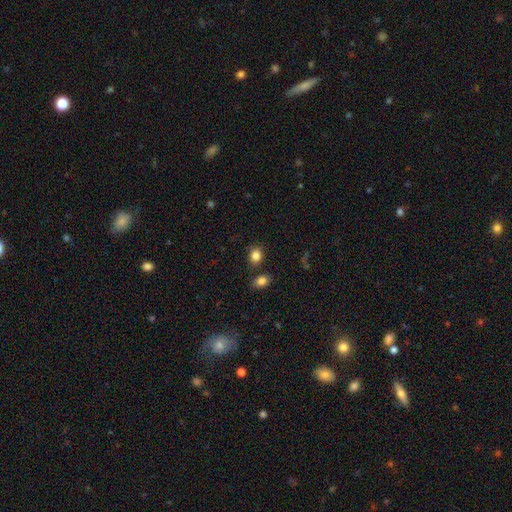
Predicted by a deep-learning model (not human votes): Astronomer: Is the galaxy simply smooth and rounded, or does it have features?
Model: smooth — 84%.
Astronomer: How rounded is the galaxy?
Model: round — 68%.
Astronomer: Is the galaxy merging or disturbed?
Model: none — 79%.